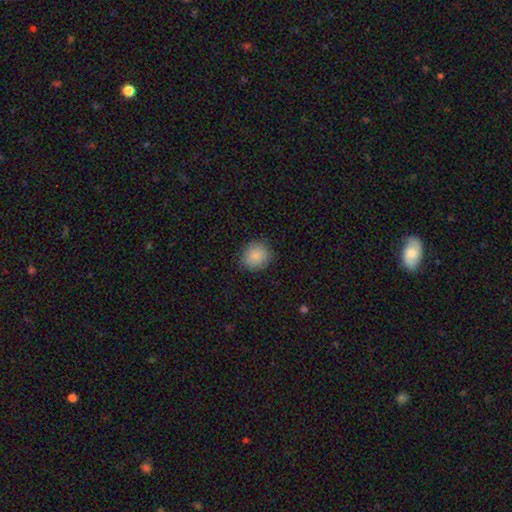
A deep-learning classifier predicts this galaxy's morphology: The model was most divided on "how rounded": round: 80%, in between: 19%, cigar-shaped: 1%. More confident: merging — none (87%); smooth or featured — smooth (86%).